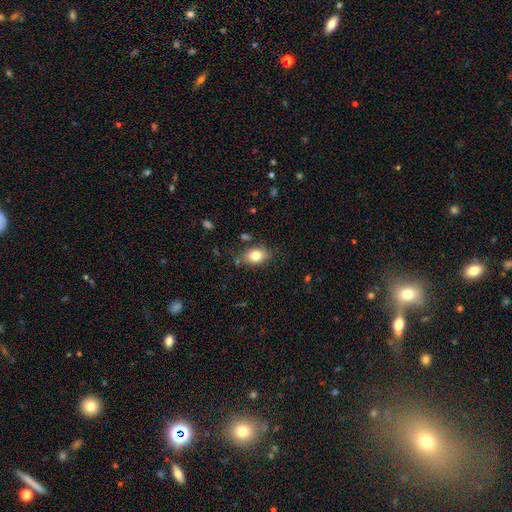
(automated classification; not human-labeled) A smooth galaxy with no disk features (81%) that is in between round and cigar-shaped (76%). Merging: none (78%).